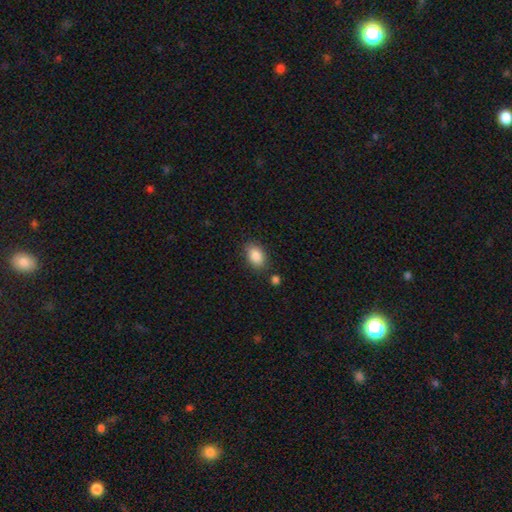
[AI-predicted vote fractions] Smooth or featured: smooth — 87% (star or artifact — 7%)
How rounded: in between — 88% (round — 11%)
Merging: none — 80% (minor disturbance — 13%)